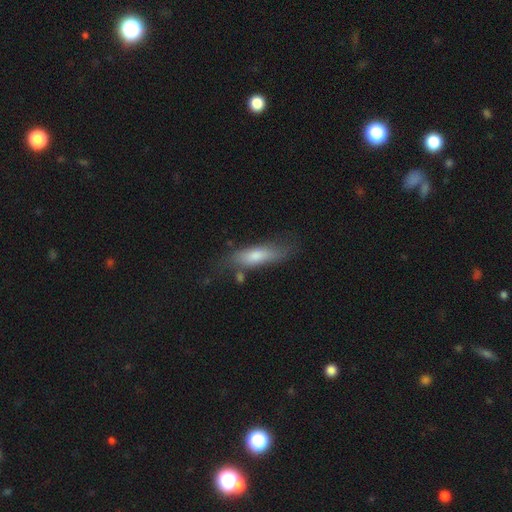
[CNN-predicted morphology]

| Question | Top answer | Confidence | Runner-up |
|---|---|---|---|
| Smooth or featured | smooth | 66% | featured or disk (27%) |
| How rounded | cigar-shaped | 55% | in between (42%) |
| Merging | none | 56% | minor disturbance (26%) |